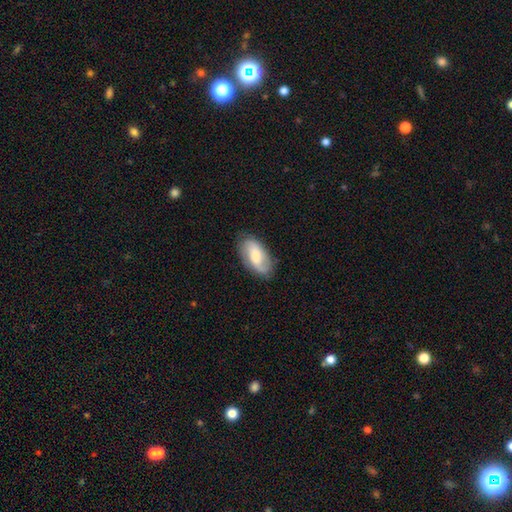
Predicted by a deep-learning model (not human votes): A smooth galaxy with no disk features (47%, tied with featured or disk). Merging: none (79%).